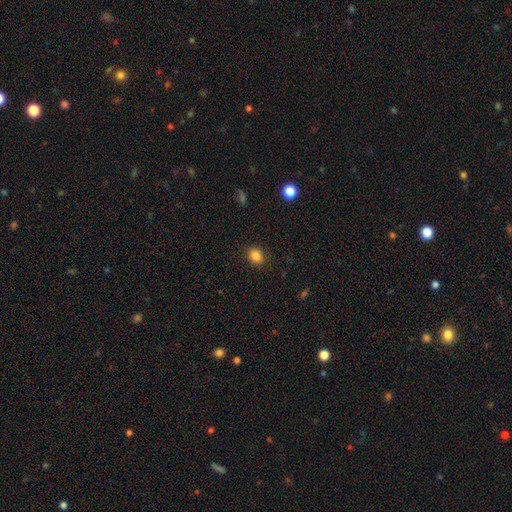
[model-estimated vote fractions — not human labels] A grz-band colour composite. It shows a smooth galaxy with no disk features (84%) that is round (63%). Merging: none (89%).